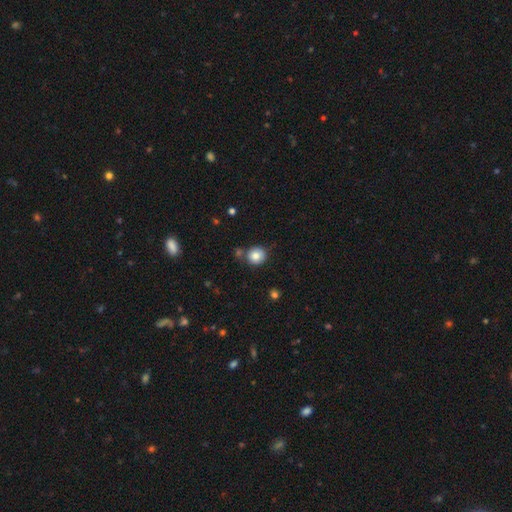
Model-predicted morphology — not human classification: A smooth galaxy with no disk features (83%) that is round (88%). Merging: none (75%).